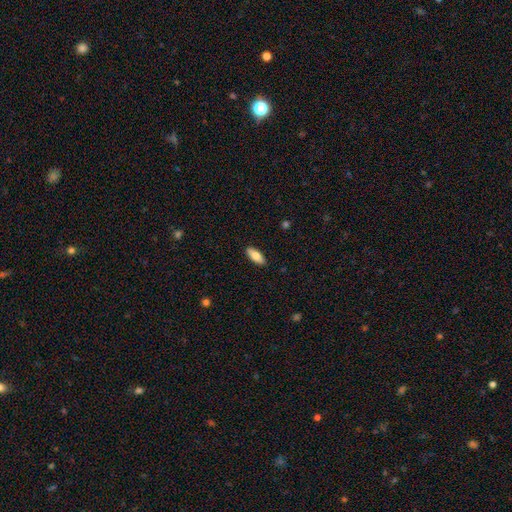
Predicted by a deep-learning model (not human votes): This is likely a smooth galaxy (78%). How rounded: likely in between (74%). Merging: clearly none (90%).